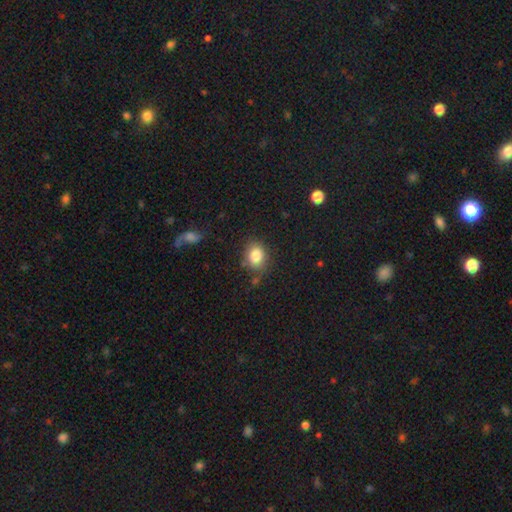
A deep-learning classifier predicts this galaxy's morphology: type=smooth (84%); roundness=in between (62%); merging=none (76%).